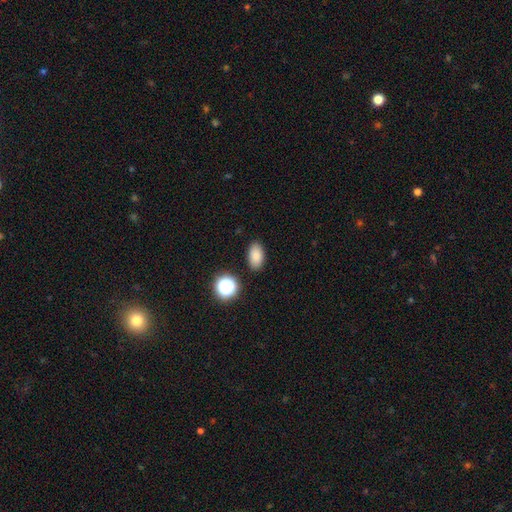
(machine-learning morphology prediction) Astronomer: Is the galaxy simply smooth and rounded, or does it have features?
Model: smooth — 85%.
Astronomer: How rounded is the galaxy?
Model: in between — 90%.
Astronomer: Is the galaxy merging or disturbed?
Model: none — 86%.